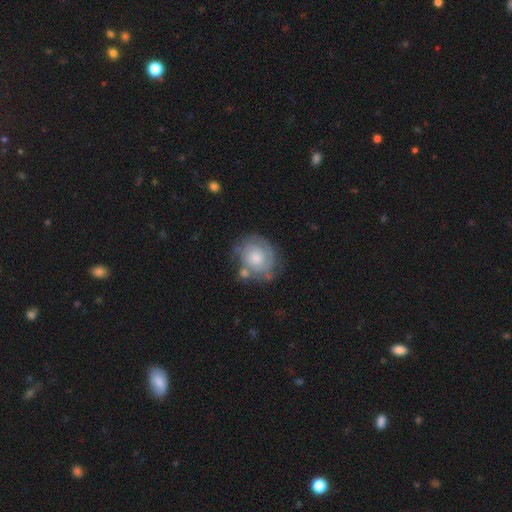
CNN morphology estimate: A featured or disk galaxy (62%) with no bar (81%), tight (70%) spiral arms (83%) and a moderate central bulge (50%). Merging: none (65%).